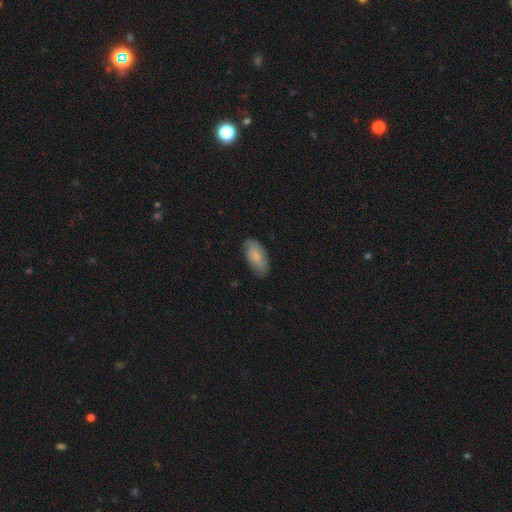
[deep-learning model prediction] Smooth or featured?
  - smooth: 75% *
  - featured or disk: 19%
  - star or artifact: 6%
How rounded?
  - in between: 91% *
  - cigar-shaped: 6%
  - round: 2%
Merging?
  - none: 77% *
  - minor disturbance: 18%
  - major disturbance: 3%
  - merger: 1%